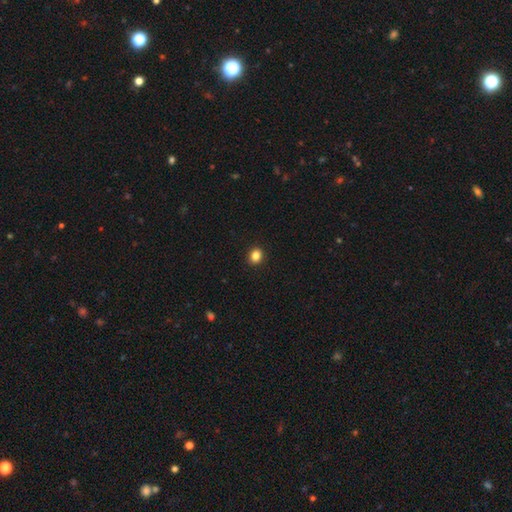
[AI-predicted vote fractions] Morphology: type=smooth (85%); roundness=round (67%); merging=none (92%).